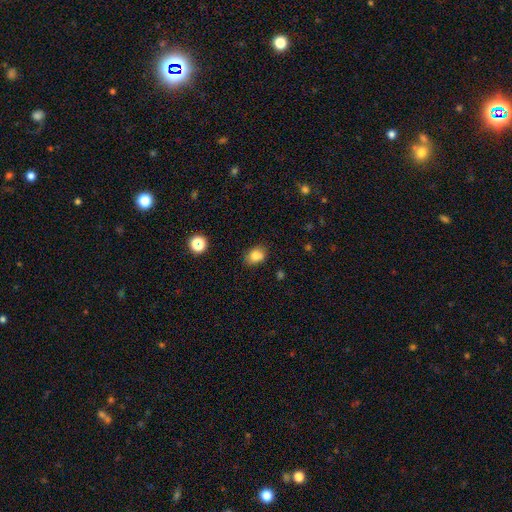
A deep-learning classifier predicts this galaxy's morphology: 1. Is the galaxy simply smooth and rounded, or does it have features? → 81% smooth, 11% star or artifact, 8% featured or disk.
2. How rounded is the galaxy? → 62% in between, 37% round, 1% cigar-shaped.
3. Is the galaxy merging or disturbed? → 72% none, 18% minor disturbance, 6% merger, 4% major disturbance.